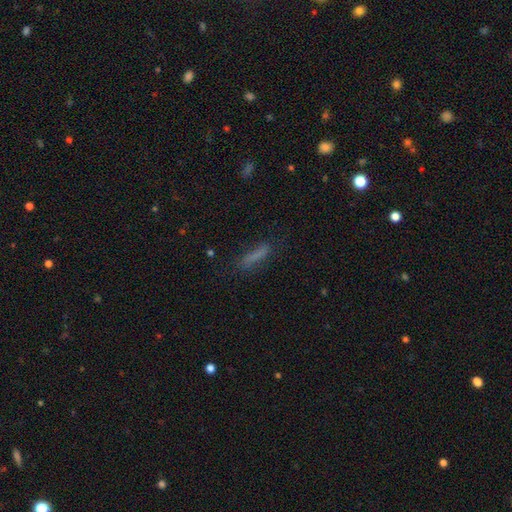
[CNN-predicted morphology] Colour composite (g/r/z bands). It shows a smooth galaxy with no disk features (72%) that is cigar-shaped (83%). Merging: none (74%).